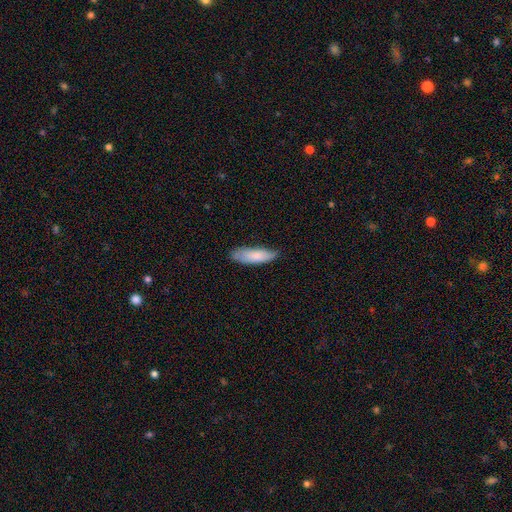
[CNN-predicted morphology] smooth-or-featured: smooth: 80% | featured or disk: 14% | star or artifact: 6%
  how-rounded: in between: 50% | cigar-shaped: 48% | round: 2%
  merging: none: 70% | minor disturbance: 24% | major disturbance: 4% | merger: 1%